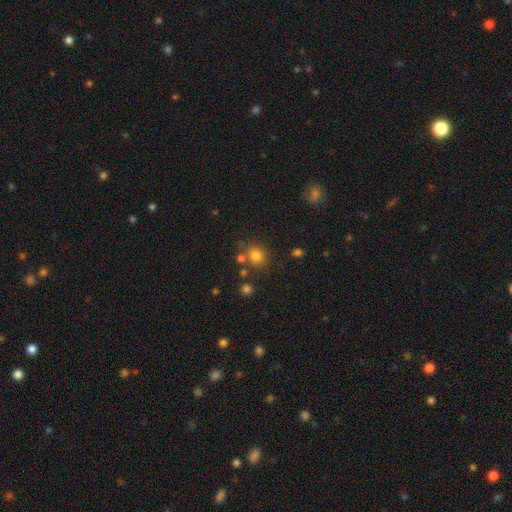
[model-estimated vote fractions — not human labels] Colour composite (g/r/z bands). It shows a smooth galaxy with no disk features (79%) that is round (83%). Merging: none (74%).